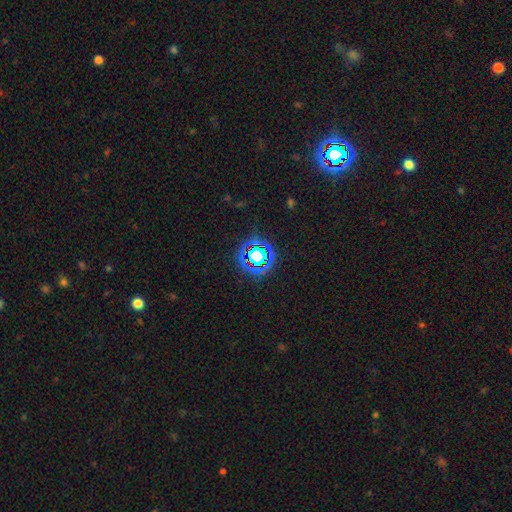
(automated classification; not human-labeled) Q: Smooth or featured?
A: star or artifact (71%); runner-up: smooth (18%)